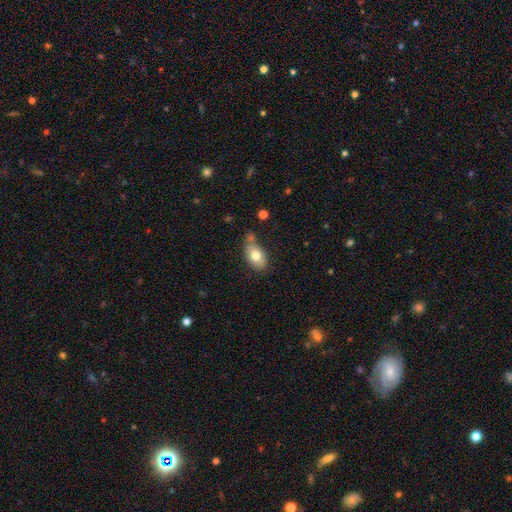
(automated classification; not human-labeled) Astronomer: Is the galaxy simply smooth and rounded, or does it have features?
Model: smooth — 75%.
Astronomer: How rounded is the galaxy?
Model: in between — 88%.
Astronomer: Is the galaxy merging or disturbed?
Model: none — 57%.